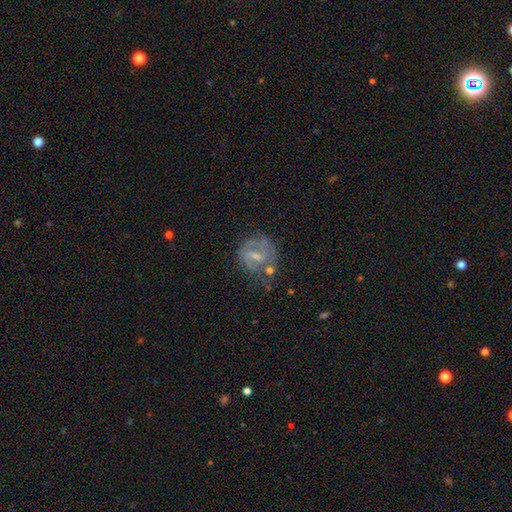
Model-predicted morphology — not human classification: Q: Smooth or featured?
A: featured or disk (65%); runner-up: smooth (25%)
Q: Edge-on disk?
A: no (97%); runner-up: yes (3%)
Q: Bar?
A: weak (50%); runner-up: no (31%)
Q: Spiral arms?
A: yes (63%); runner-up: no (37%)
Q: Bulge size?
A: small (42%); runner-up: moderate (38%)
Q: Merging?
A: none (44%); runner-up: minor disturbance (24%)